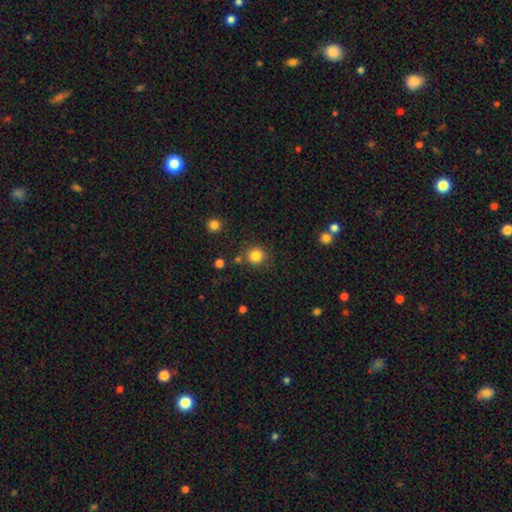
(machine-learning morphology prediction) Smooth or featured: smooth — 84% (star or artifact — 12%)
How rounded: round — 93% (in between — 7%)
Merging: none — 83% (minor disturbance — 8%)